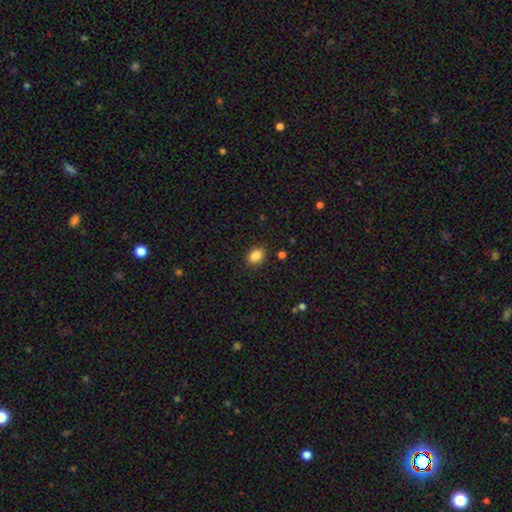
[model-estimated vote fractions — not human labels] Q: Smooth or featured?
A: smooth (87%); runner-up: star or artifact (10%)
Q: How rounded?
A: in between (62%); runner-up: round (37%)
Q: Merging?
A: none (88%); runner-up: minor disturbance (9%)